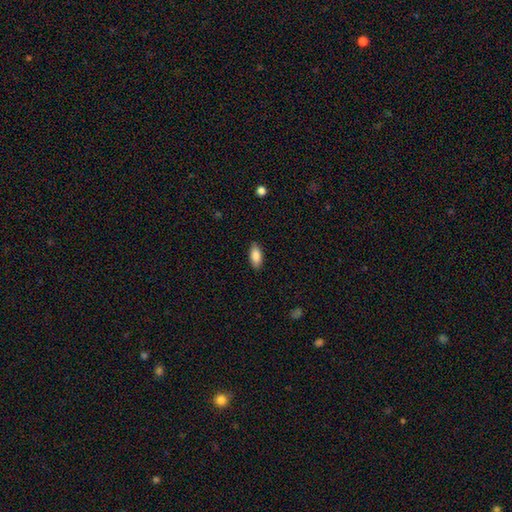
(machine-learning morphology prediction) smooth-or-featured: smooth: 87% | star or artifact: 7% | featured or disk: 6%
  how-rounded: in between: 90% | cigar-shaped: 8% | round: 2%
  merging: none: 87% | minor disturbance: 10% | major disturbance: 2% | merger: 1%